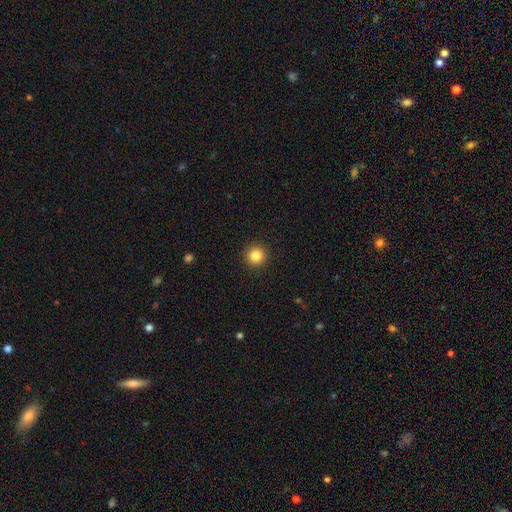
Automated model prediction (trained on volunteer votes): A smooth galaxy with no disk features (84%) that is round (95%). Merging: none (93%).